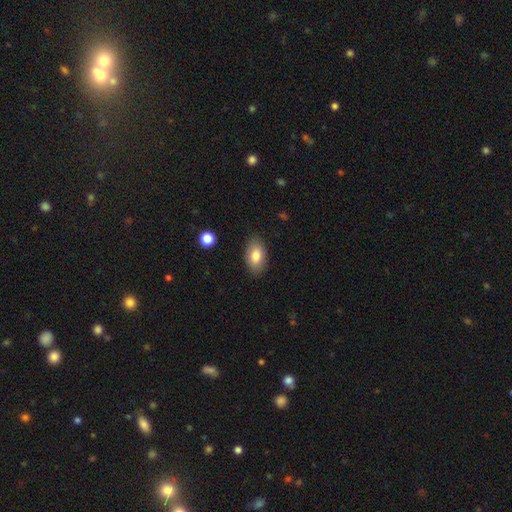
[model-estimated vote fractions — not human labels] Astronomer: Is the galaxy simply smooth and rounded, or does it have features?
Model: smooth — 81%.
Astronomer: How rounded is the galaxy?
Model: in between — 92%.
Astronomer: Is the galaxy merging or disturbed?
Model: none — 85%.